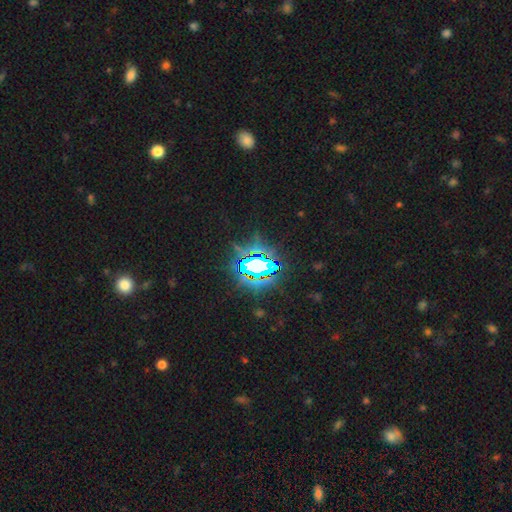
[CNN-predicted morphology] A star or artifact, not a galaxy (83%).